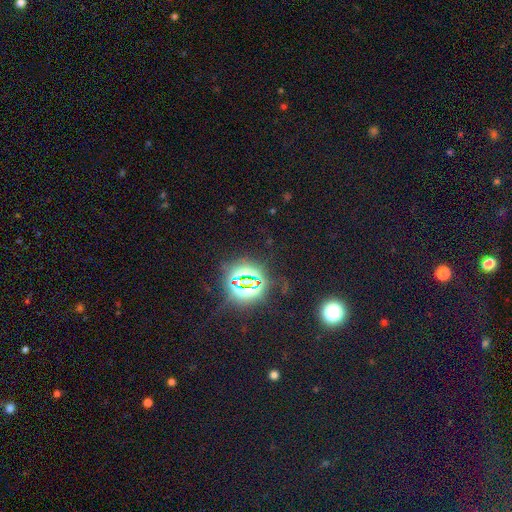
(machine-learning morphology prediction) Smooth or featured? star or artifact (70%)